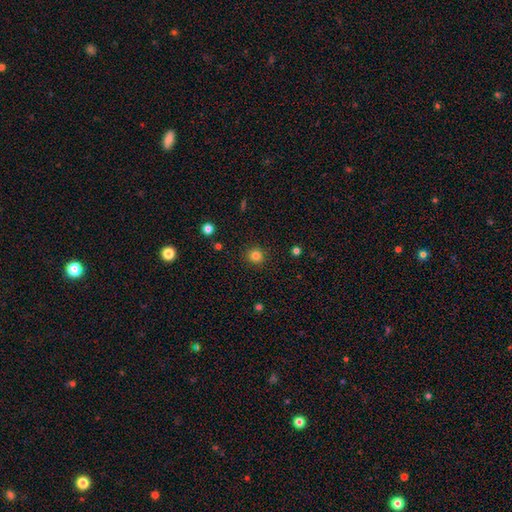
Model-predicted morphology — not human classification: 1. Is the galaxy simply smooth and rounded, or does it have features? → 82% smooth, 13% star or artifact, 5% featured or disk.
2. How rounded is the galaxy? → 93% round, 6% in between, 1% cigar-shaped.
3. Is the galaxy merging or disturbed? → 91% none, 6% minor disturbance, 2% major disturbance, 1% merger.